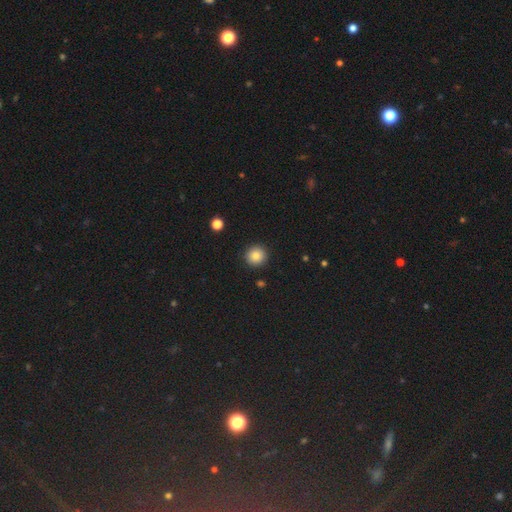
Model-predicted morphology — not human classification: Q: Smooth or featured?
A: smooth (85%); runner-up: star or artifact (10%)
Q: How rounded?
A: round (94%); runner-up: in between (5%)
Q: Merging?
A: none (92%); runner-up: minor disturbance (5%)